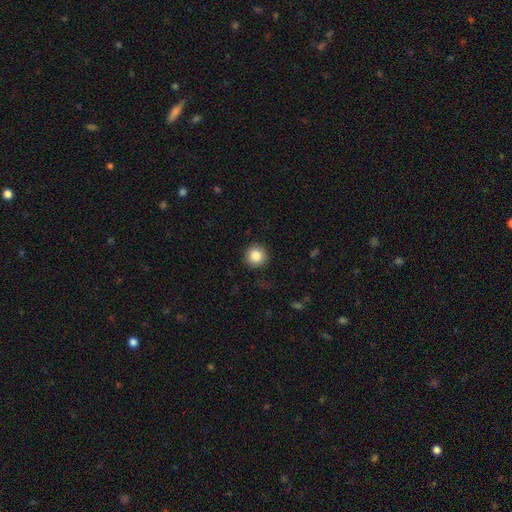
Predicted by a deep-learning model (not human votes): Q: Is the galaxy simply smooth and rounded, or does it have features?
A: smooth — 85%.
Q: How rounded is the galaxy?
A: round — 95%.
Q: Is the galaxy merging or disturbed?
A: none — 90%.